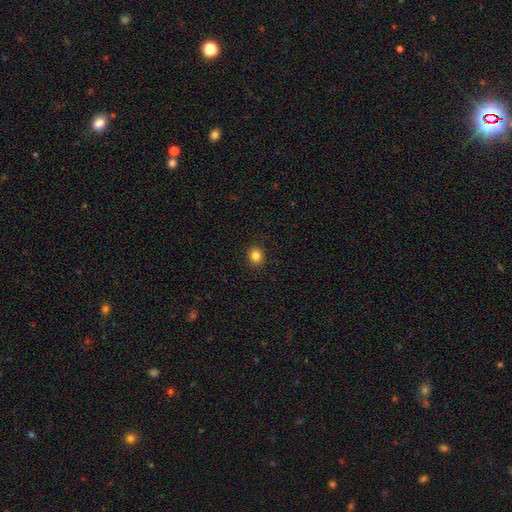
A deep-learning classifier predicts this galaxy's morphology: smooth 84%, star or artifact 12%, featured or disk 5%. Down the decision tree: how rounded — round (84%); merging — none (92%).